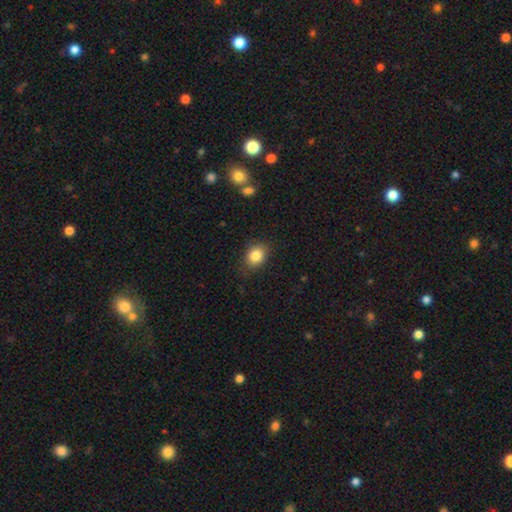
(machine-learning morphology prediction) A smooth galaxy with no disk features (84%) that is in between round and cigar-shaped (51%). Merging: none (82%).